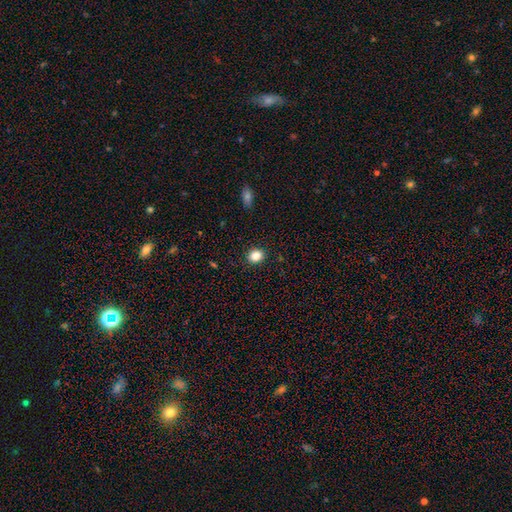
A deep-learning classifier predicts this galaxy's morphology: smooth-or-featured: smooth: 85% | star or artifact: 11% | featured or disk: 5%
  how-rounded: round: 64% | in between: 35% | cigar-shaped: 1%
  merging: none: 91% | minor disturbance: 6% | major disturbance: 2% | merger: 1%